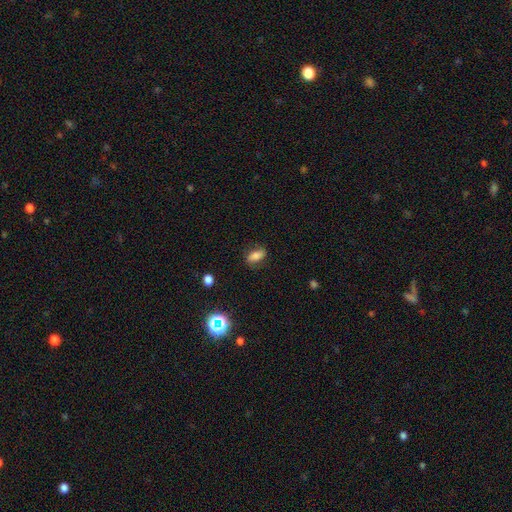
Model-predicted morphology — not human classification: This appears to be a smooth galaxy with no disk features (69%) that is in between round and cigar-shaped (84%). Merging: none (75%).